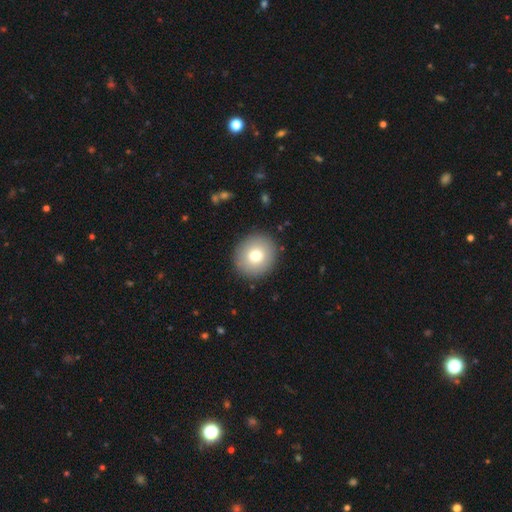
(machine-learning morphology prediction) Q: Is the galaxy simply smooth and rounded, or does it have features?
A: smooth — 75%.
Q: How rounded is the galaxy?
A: round — 89%.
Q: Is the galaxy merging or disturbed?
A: none — 90%.